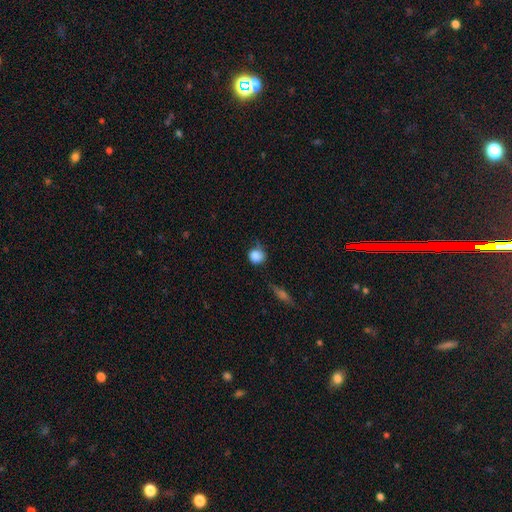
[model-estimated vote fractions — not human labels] This appears to be a smooth galaxy with no disk features (84%) that is round (85%). Merging: none (57%).